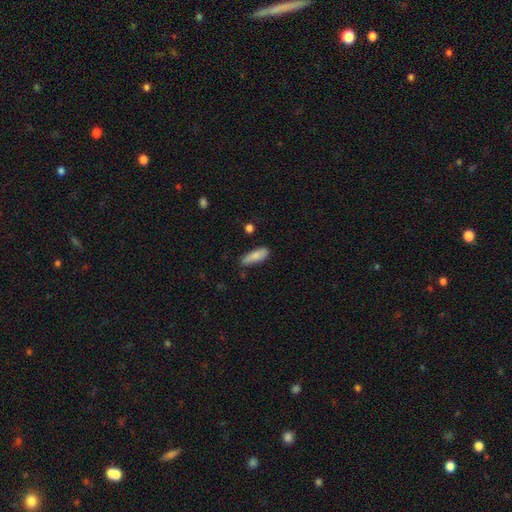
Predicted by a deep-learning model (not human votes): Smooth or featured? smooth (80%)
How rounded? in between (60%)
Merging? none (69%)